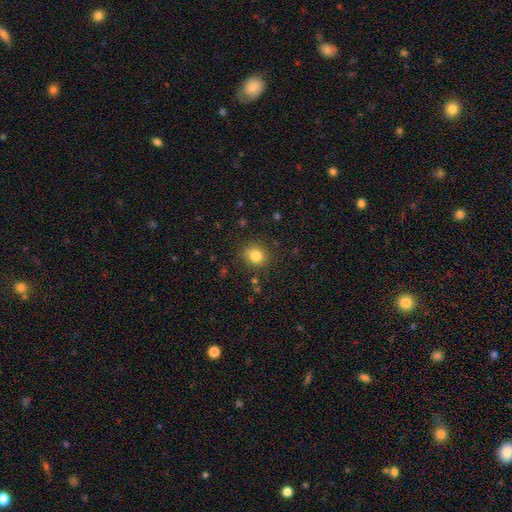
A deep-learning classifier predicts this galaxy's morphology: Smooth or featured? Predicted: smooth (p=0.82). How rounded? Predicted: round (p=0.79). Merging? Predicted: none (p=0.83).